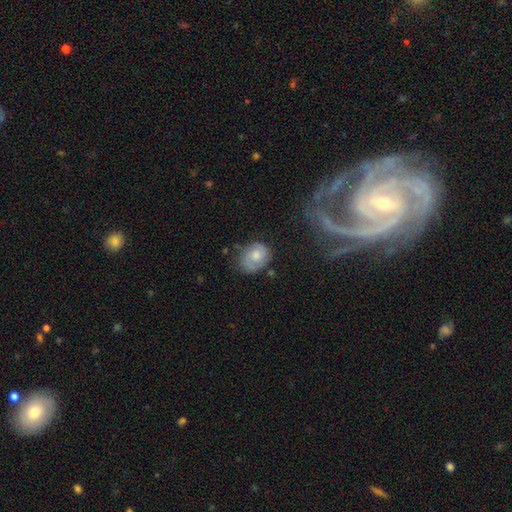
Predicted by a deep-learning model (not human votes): Overall: smooth (57%; featured or disk 35%). How rounded: in between (54%; round 45%). Merging: none (62%; minor disturbance 27%).